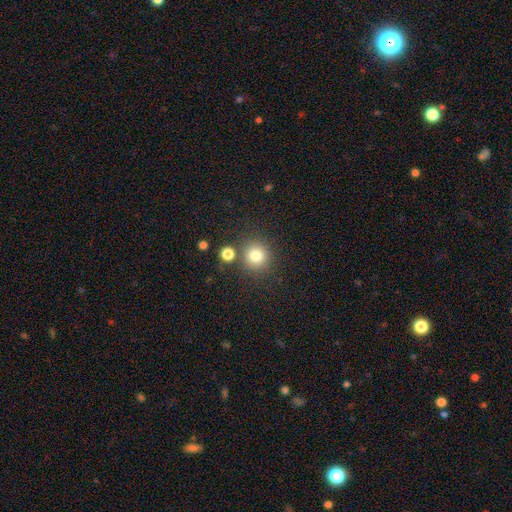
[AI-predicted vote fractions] Overall: smooth (79%). How rounded: round (92%). Merging: none (80%).